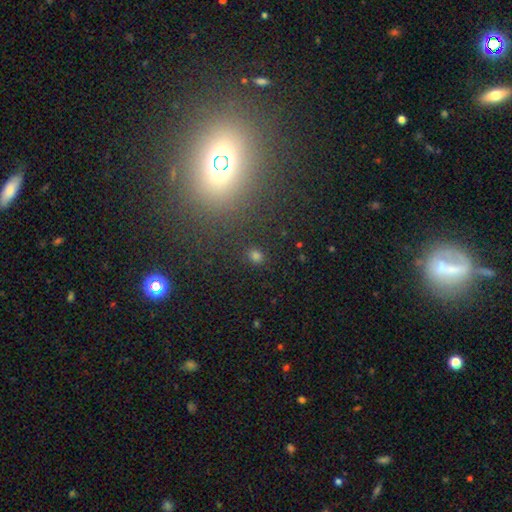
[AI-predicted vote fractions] Smooth or featured? Predicted: smooth (p=0.70). How rounded? Predicted: round (p=0.67). Merging? Predicted: none (p=0.88).